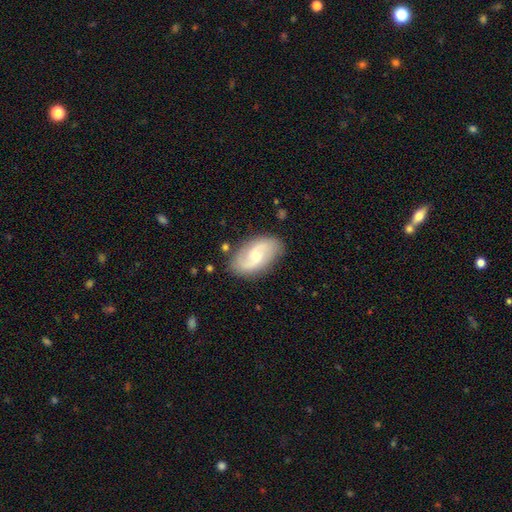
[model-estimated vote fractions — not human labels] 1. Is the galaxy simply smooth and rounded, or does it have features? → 76% featured or disk, 19% smooth, 6% star or artifact.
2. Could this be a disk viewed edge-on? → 97% no, 3% yes.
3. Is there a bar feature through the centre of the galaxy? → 50% weak, 40% no, 10% strong.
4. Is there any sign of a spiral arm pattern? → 93% yes, 7% no.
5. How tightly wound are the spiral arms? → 44% loose, 42% medium, 14% tight.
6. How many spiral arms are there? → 88% 2, 6% can't tell, 2% 1, 2% 3, 1% 4, 1% more than 4.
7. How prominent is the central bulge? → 48% small, 45% moderate, 3% none, 3% large, 1% dominant.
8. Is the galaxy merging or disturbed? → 80% none, 14% minor disturbance, 4% major disturbance, 2% merger.